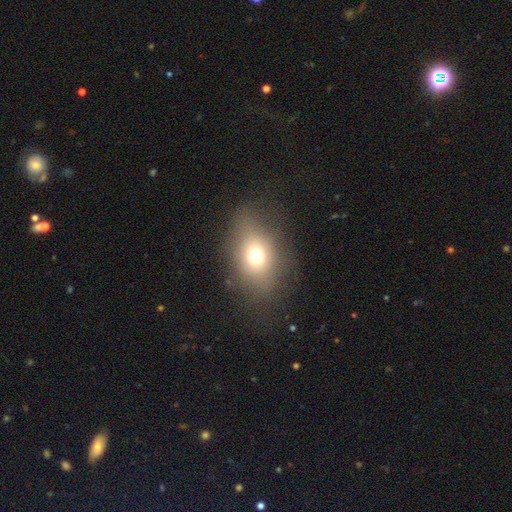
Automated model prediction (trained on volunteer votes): A smooth galaxy with no disk features (68%) that is in between round and cigar-shaped (62%).

Vote fractions:
- Smooth or featured? smooth: 68% / featured or disk: 16% / star or artifact: 16%
- How rounded? in between: 62% / round: 36% / cigar-shaped: 2%
- Merging? none: 67% / minor disturbance: 18% / major disturbance: 13% / merger: 2%